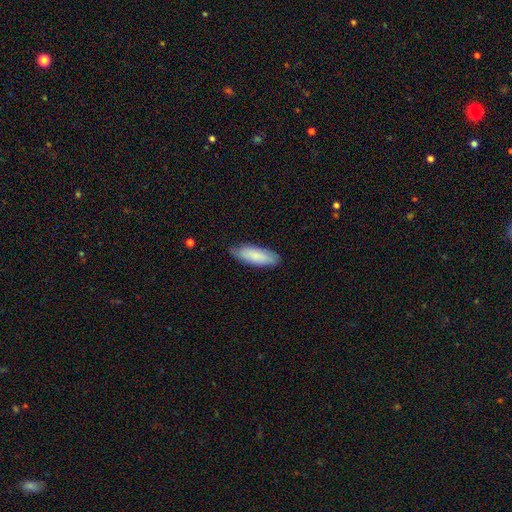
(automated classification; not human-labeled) Smooth or featured? smooth (81%)
How rounded? in between (59%)
Merging? none (79%)